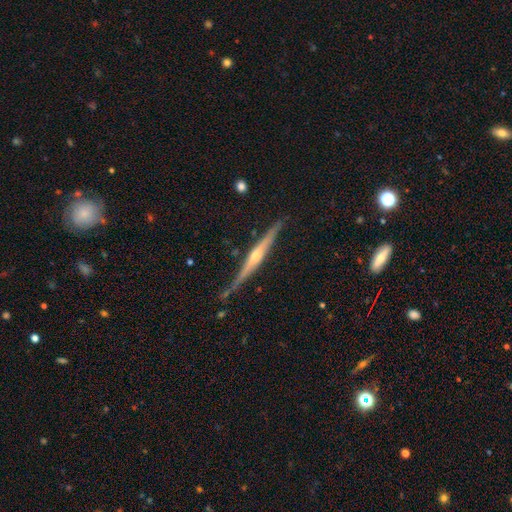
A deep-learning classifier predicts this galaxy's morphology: Overall: featured or disk (78%). Edge-on disk: yes (97%). Edge-on bulge: rounded (81%). Merging: none (79%).